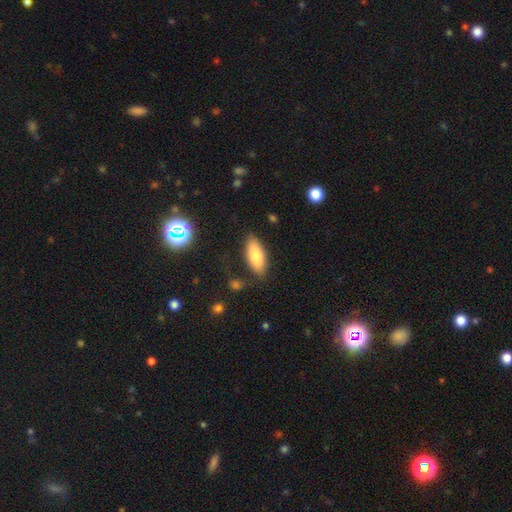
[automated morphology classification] type=smooth (81%); roundness=in between (83%); merging=none (78%).